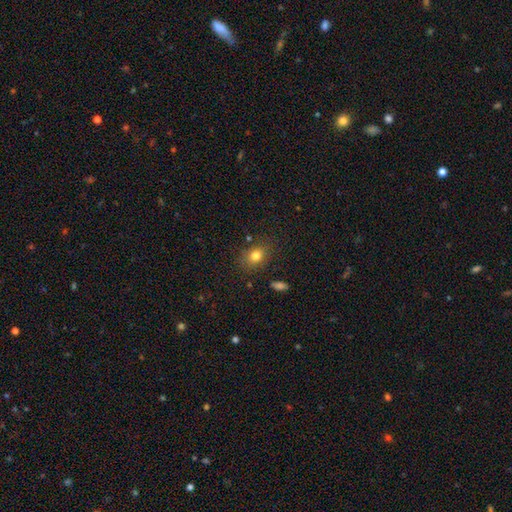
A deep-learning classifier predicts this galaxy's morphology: A smooth galaxy with no disk features (79%) that is in between round and cigar-shaped (60%). Merging: none (80%).